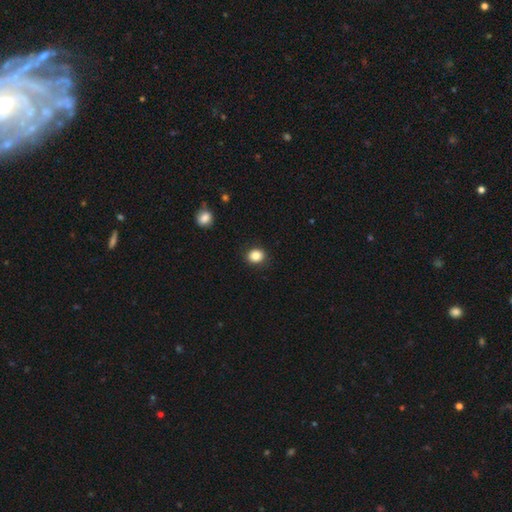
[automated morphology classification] This is clearly a smooth galaxy (85%). How rounded: likely round (68%). Merging: clearly none (89%).